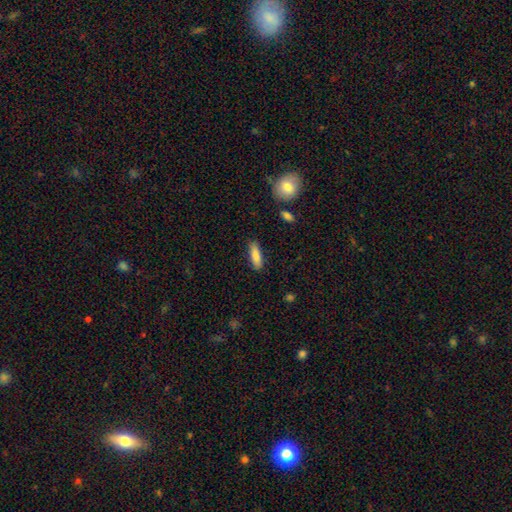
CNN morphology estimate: type=smooth (84%); roundness=cigar-shaped (50%); merging=none (85%).